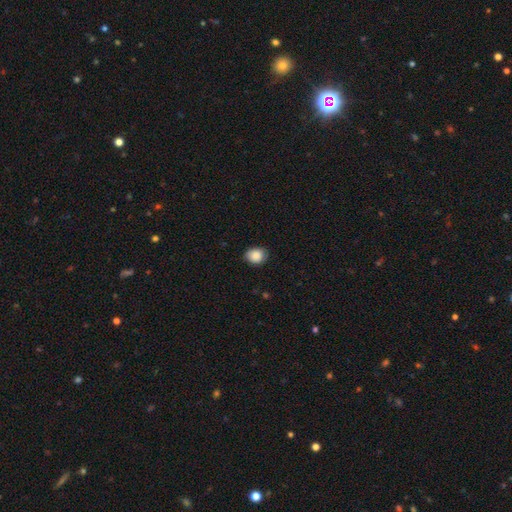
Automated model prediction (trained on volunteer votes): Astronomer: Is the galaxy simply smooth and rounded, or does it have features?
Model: smooth — 88%.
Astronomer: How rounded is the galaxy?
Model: round — 53% (runner-up: in between, 46%).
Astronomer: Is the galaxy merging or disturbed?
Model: none — 82%.